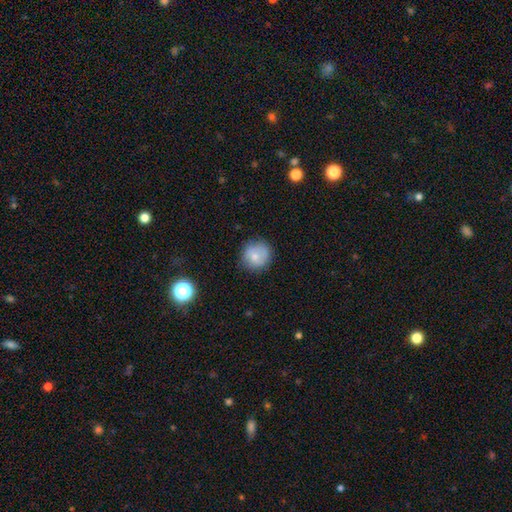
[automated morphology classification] The model was most divided on "smooth or featured": smooth: 76%, featured or disk: 15%, star or artifact: 9%. More confident: how rounded — round (88%); merging — none (78%).